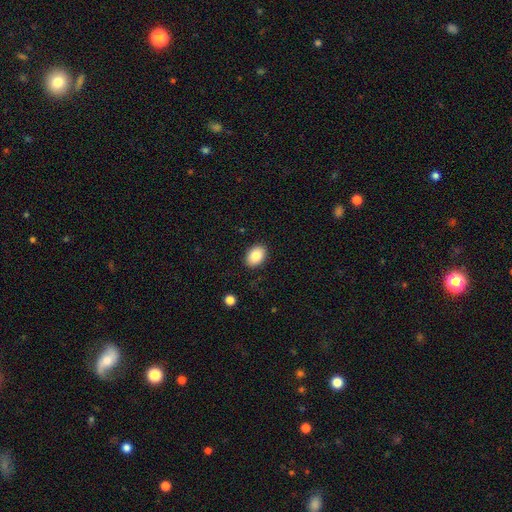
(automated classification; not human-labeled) A smooth galaxy with no disk features (85%) that is in between round and cigar-shaped (81%).

Vote fractions:
- Smooth or featured? smooth: 85% / featured or disk: 8% / star or artifact: 8%
- How rounded? in between: 81% / round: 18% / cigar-shaped: 1%
- Merging? none: 89% / minor disturbance: 8% / major disturbance: 2% / merger: 1%